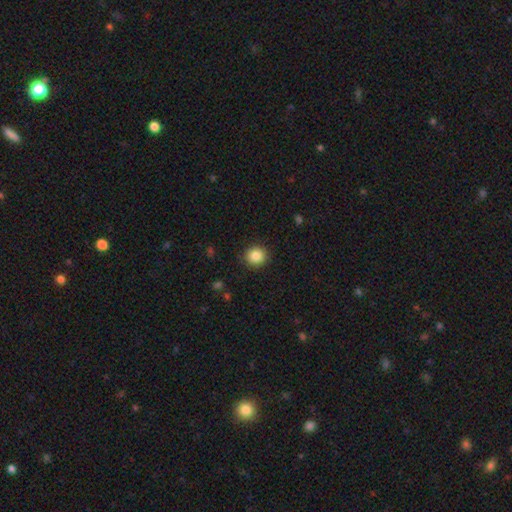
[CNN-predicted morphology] This is clearly a smooth galaxy (87%). How rounded: clearly round (88%). Merging: clearly none (90%).